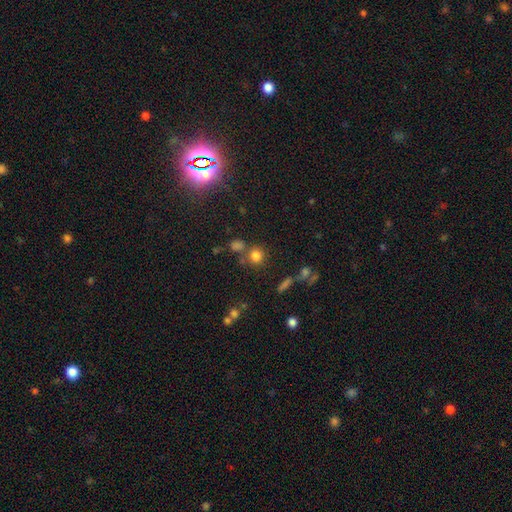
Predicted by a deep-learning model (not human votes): Q: Smooth or featured?
A: smooth (77%); runner-up: star or artifact (16%)
Q: How rounded?
A: round (86%); runner-up: in between (13%)
Q: Merging?
A: none (68%); runner-up: merger (17%)